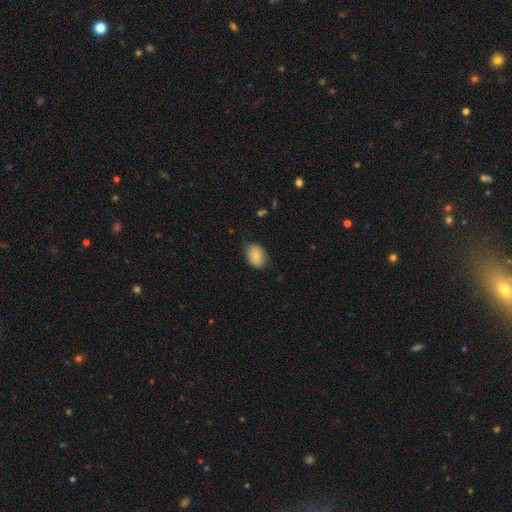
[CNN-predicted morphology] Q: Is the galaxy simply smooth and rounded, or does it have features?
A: smooth — 80%.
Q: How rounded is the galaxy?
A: in between — 75%.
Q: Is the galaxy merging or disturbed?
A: none — 80%.